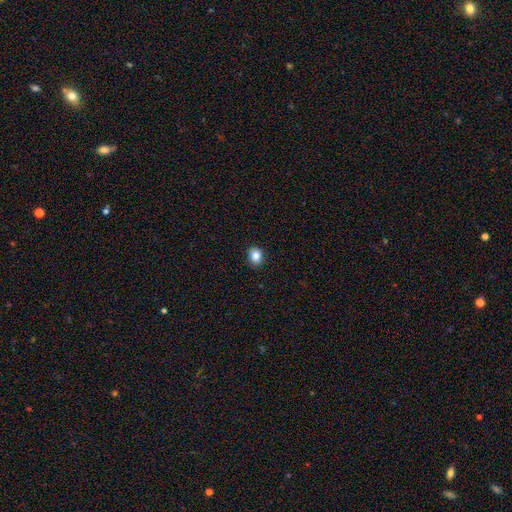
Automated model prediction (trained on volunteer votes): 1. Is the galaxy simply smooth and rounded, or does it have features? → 85% smooth, 10% star or artifact, 5% featured or disk.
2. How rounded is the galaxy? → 67% round, 32% in between, 1% cigar-shaped.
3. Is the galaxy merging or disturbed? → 90% none, 7% minor disturbance, 2% major disturbance, 1% merger.